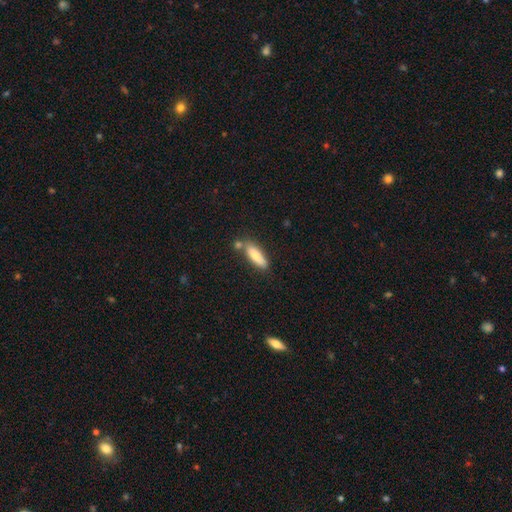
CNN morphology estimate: smooth 76%, featured or disk 18%, star or artifact 6%. Down the decision tree: how rounded — cigar-shaped (53%); merging — none (67%).